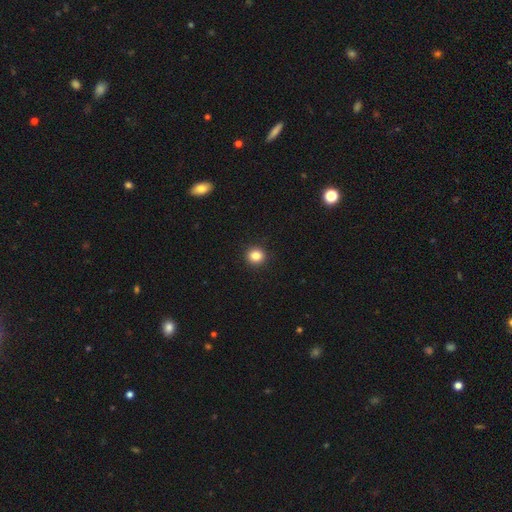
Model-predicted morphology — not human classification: smooth_or_featured: smooth (p=0.84) [alt: star or artifact p=0.11]
how_rounded: round (p=0.89) [alt: in between p=0.10]
merging: none (p=0.92) [alt: minor disturbance p=0.05]